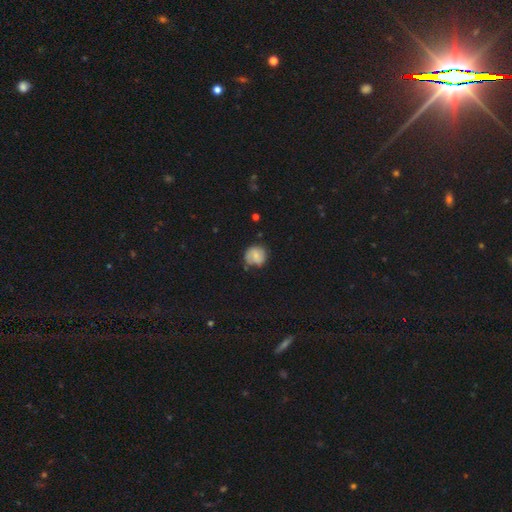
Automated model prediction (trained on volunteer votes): Smooth or featured?
  - smooth: 57% *
  - featured or disk: 35%
  - star or artifact: 8%
How rounded?
  - round: 84% *
  - in between: 15%
  - cigar-shaped: 1%
Merging?
  - none: 60% *
  - minor disturbance: 30%
  - major disturbance: 7%
  - merger: 3%